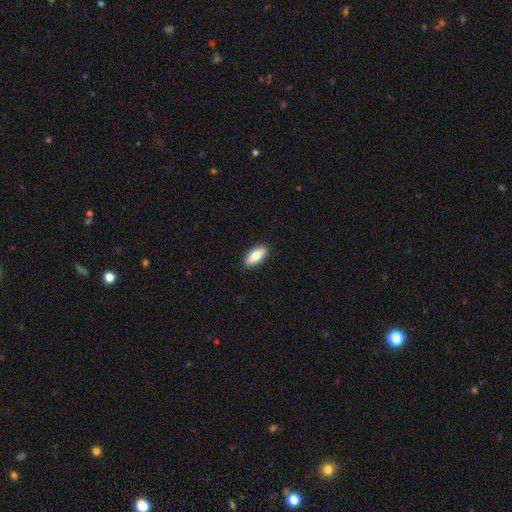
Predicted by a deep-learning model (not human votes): A smooth galaxy with no disk features (80%) that is in between round and cigar-shaped (84%).

Vote fractions:
- Smooth or featured? smooth: 80% / featured or disk: 14% / star or artifact: 6%
- How rounded? in between: 84% / cigar-shaped: 13% / round: 2%
- Merging? none: 90% / minor disturbance: 7% / major disturbance: 2% / merger: 1%